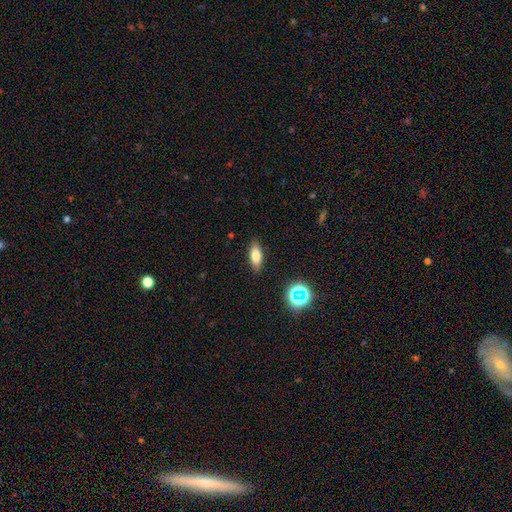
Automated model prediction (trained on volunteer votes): Smooth or featured? Predicted: smooth (p=0.76). How rounded? Predicted: in between (p=0.72). Merging? Predicted: none (p=0.87).